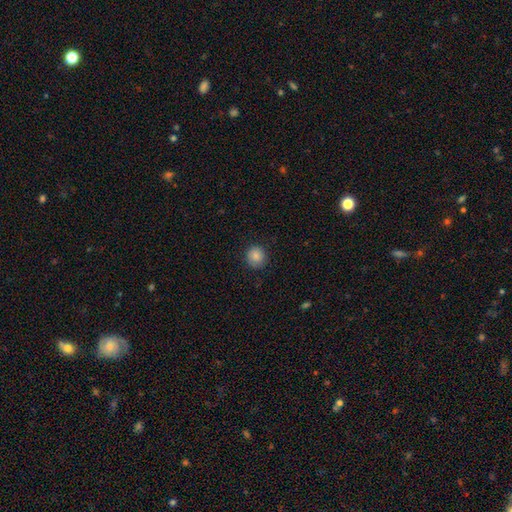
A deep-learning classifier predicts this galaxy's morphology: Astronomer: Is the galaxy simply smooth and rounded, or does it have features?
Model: smooth — 86%.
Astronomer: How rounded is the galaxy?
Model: round — 88%.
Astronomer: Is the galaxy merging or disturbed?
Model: none — 85%.